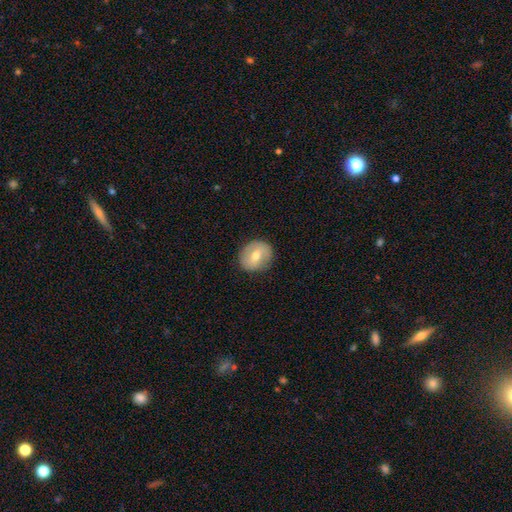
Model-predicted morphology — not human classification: Smooth or featured: smooth — 56% (featured or disk — 36%)
How rounded: round — 81% (in between — 18%)
Merging: none — 85% (minor disturbance — 11%)